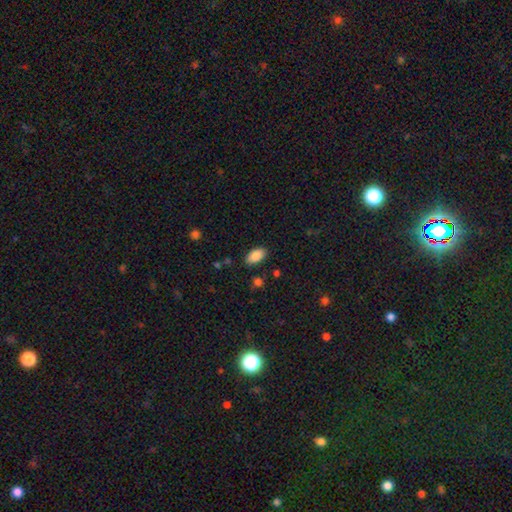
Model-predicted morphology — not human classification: Smooth or featured? Predicted: smooth (p=0.87). How rounded? Predicted: in between (p=0.94). Merging? Predicted: none (p=0.85).